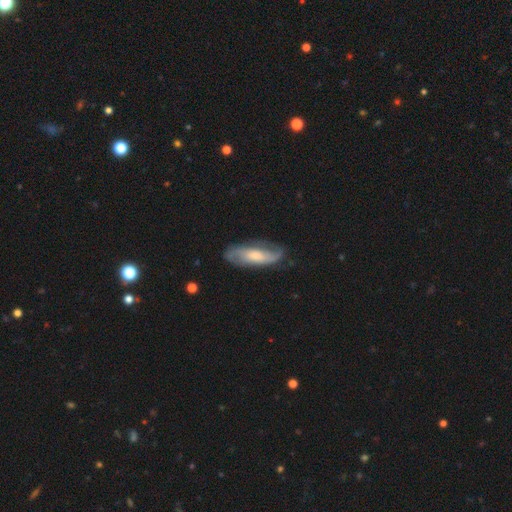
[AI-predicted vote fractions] A featured or disk galaxy (68%) with no bar (52%), 2 (81%) medium (40%, tied with loose) spiral arms (91%) and a moderate central bulge (43%). Merging: none (71%).